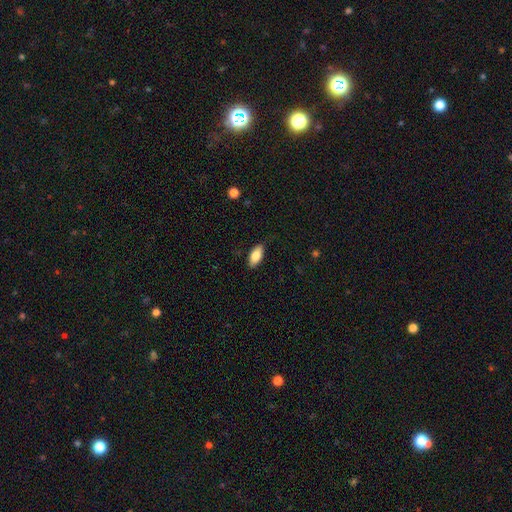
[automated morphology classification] A smooth galaxy with no disk features (81%) that is in between round and cigar-shaped (88%).

Vote fractions:
- Smooth or featured? smooth: 81% / featured or disk: 13% / star or artifact: 6%
- How rounded? in between: 88% / cigar-shaped: 9% / round: 2%
- Merging? none: 85% / minor disturbance: 12% / major disturbance: 2% / merger: 1%